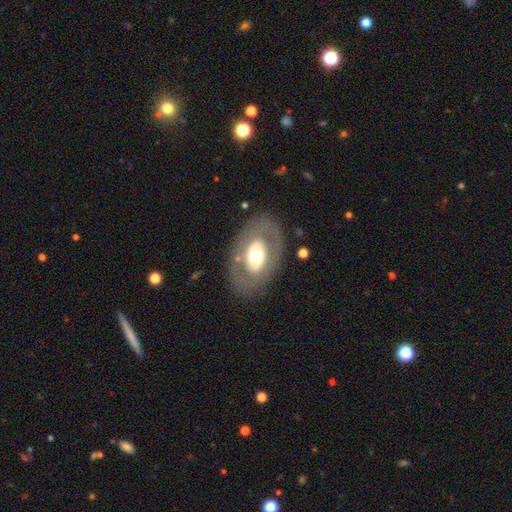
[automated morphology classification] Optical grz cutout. It shows a featured or disk galaxy (52%). Merging: none (80%).